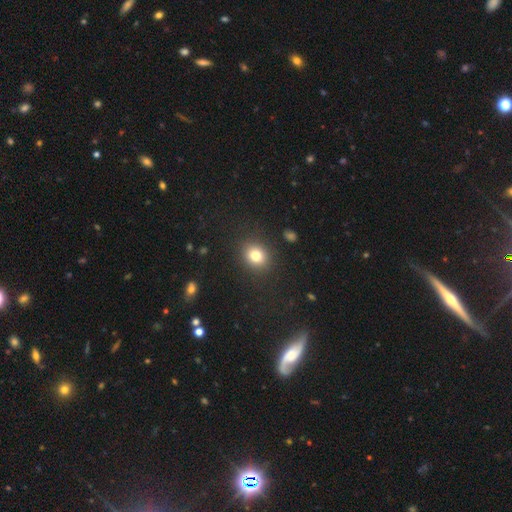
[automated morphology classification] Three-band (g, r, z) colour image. It shows a smooth galaxy with no disk features (79%) that is round (68%). Merging: none (88%).